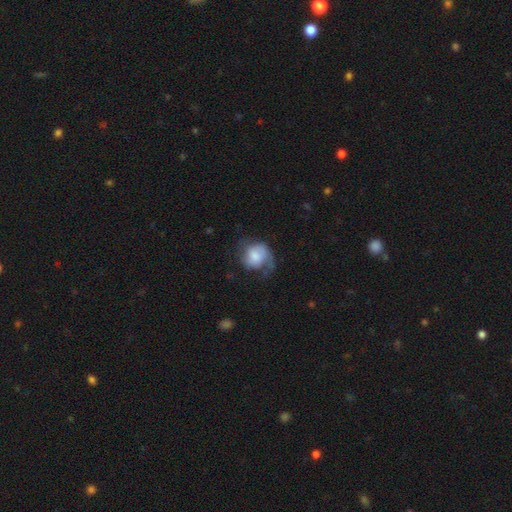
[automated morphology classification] The model was most divided on "smooth or featured" (2-way tie): featured or disk: 46%, smooth: 46%, star or artifact: 7%. Remaining: merging — none (46%).